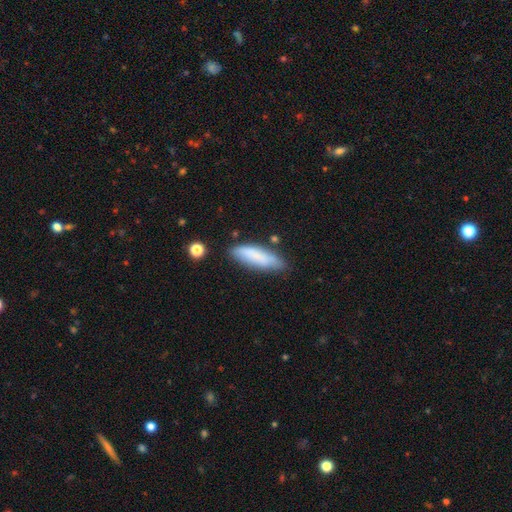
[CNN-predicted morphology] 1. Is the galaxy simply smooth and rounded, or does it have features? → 79% smooth, 15% featured or disk, 7% star or artifact.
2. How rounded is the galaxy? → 59% cigar-shaped, 40% in between, 2% round.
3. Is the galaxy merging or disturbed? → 71% none, 21% minor disturbance, 4% major disturbance, 4% merger.